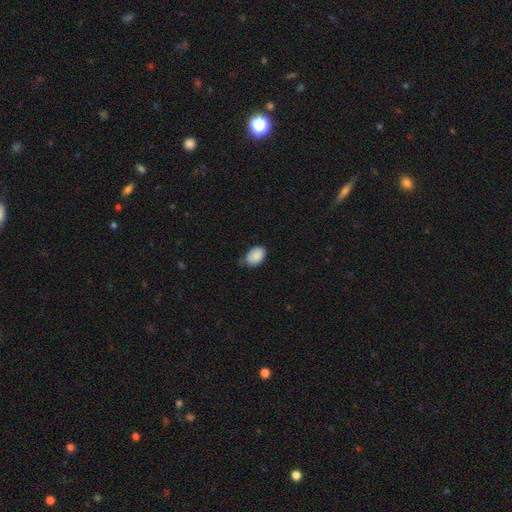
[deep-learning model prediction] Smooth or featured? Predicted: smooth (p=0.89). How rounded? Predicted: in between (p=0.83). Merging? Predicted: none (p=0.59).